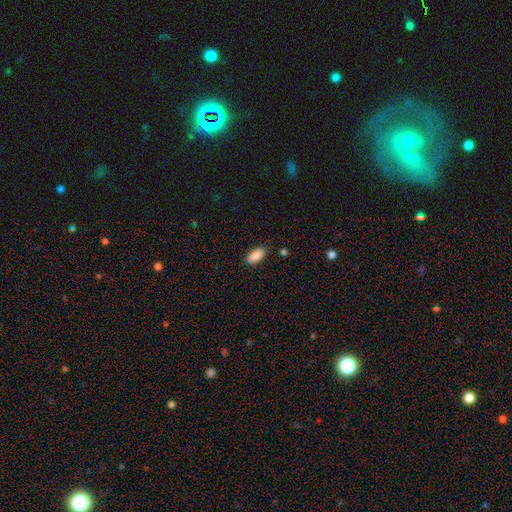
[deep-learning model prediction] Q: Smooth or featured?
A: smooth (89%); runner-up: star or artifact (7%)
Q: How rounded?
A: in between (92%); runner-up: cigar-shaped (6%)
Q: Merging?
A: none (86%); runner-up: minor disturbance (10%)